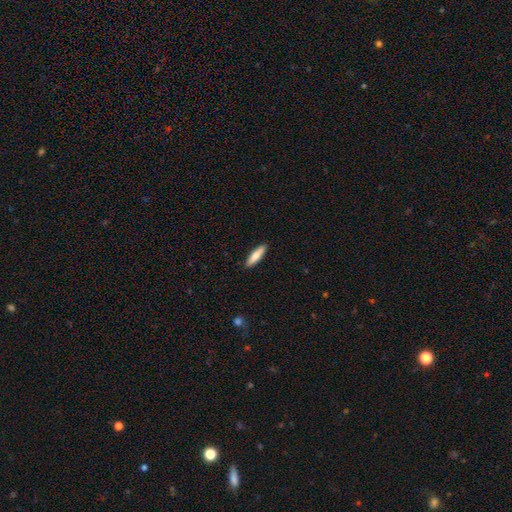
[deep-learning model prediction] A smooth galaxy with no disk features (80%) that is cigar-shaped (68%). Merging: none (91%).